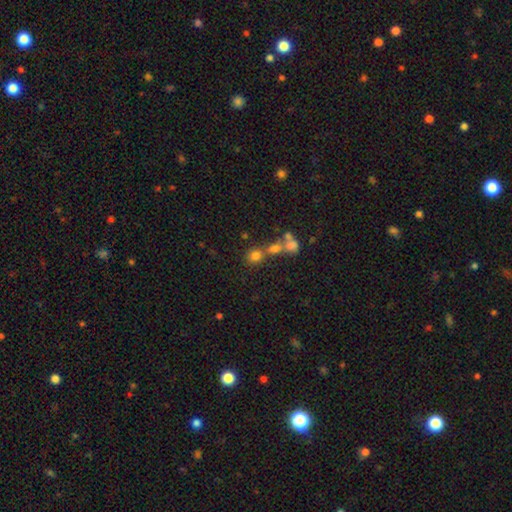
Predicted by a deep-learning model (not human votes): The model was most divided on "merging": none: 50%, merger: 37%, minor disturbance: 8%, major disturbance: 5%. More confident: how rounded — round (81%); smooth or featured — smooth (71%).